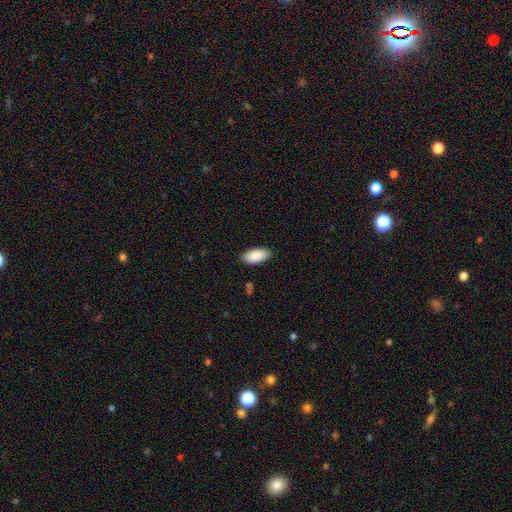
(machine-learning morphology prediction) A smooth galaxy with no disk features (90%) that is in between round and cigar-shaped (93%). Merging: none (87%).